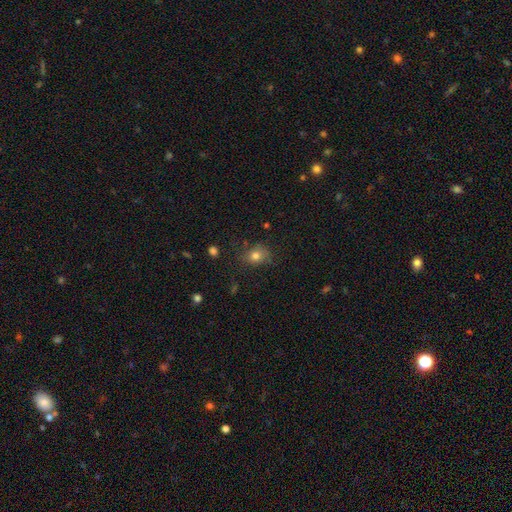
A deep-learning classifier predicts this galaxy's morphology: Smooth or featured?
  - smooth: 78% *
  - star or artifact: 13%
  - featured or disk: 9%
How rounded?
  - round: 52% *
  - in between: 46%
  - cigar-shaped: 1%
Merging?
  - none: 73% *
  - minor disturbance: 19%
  - major disturbance: 5%
  - merger: 2%